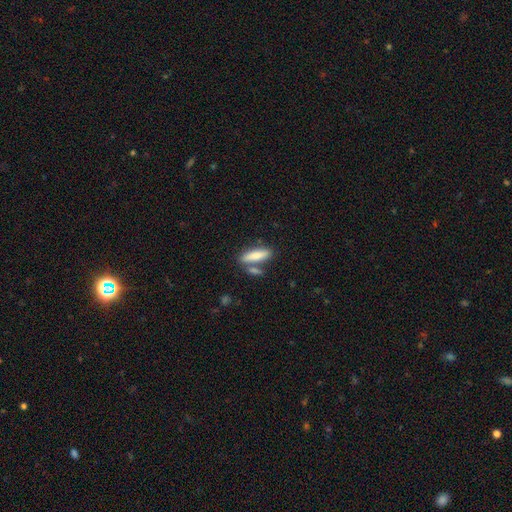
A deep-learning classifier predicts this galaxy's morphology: type=smooth (81%); roundness=cigar-shaped (62%); merging=none (61%).